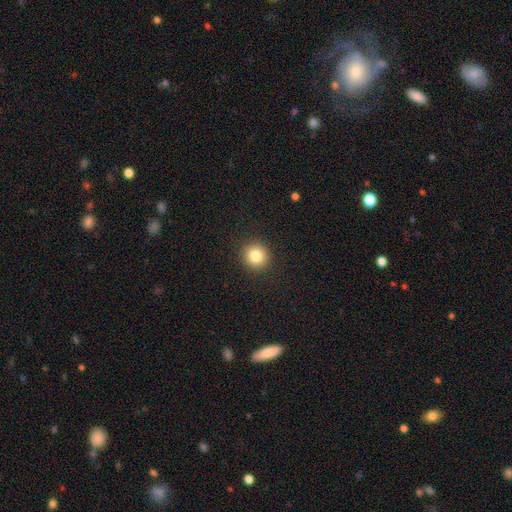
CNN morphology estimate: Q: Smooth or featured?
A: smooth (84%); runner-up: star or artifact (10%)
Q: How rounded?
A: round (91%); runner-up: in between (8%)
Q: Merging?
A: none (92%); runner-up: minor disturbance (5%)